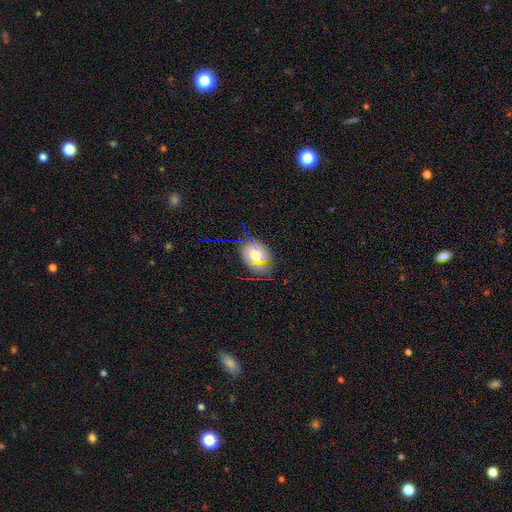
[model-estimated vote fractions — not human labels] This is possibly a smooth galaxy (58%). How rounded: likely in between (62%). Merging: likely none (71%).